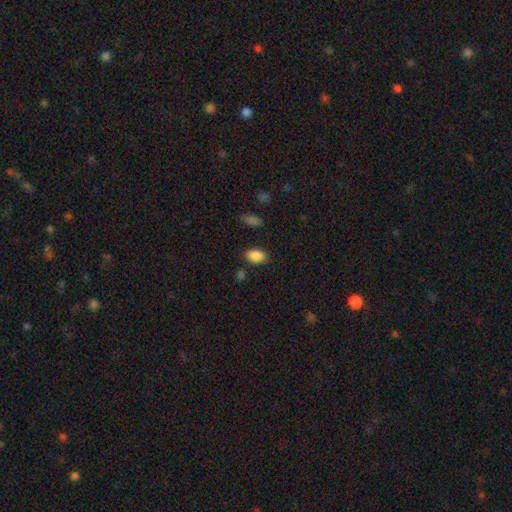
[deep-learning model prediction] Q: Smooth or featured?
A: smooth (88%); runner-up: star or artifact (8%)
Q: How rounded?
A: in between (89%); runner-up: round (9%)
Q: Merging?
A: none (83%); runner-up: minor disturbance (11%)